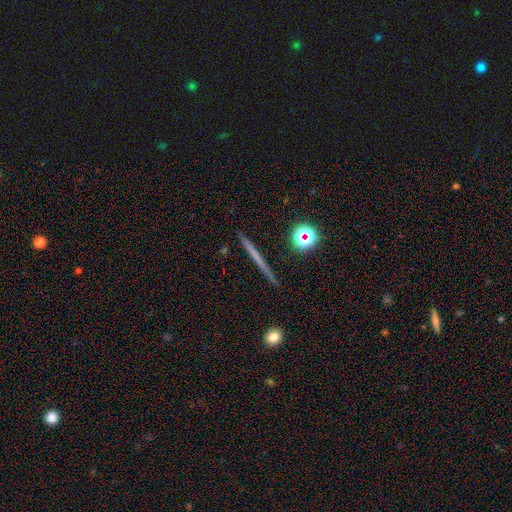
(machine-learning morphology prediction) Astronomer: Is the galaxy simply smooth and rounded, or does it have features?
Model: smooth — 47% (runner-up: featured or disk, 43%).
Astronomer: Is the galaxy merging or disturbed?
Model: none — 90%.